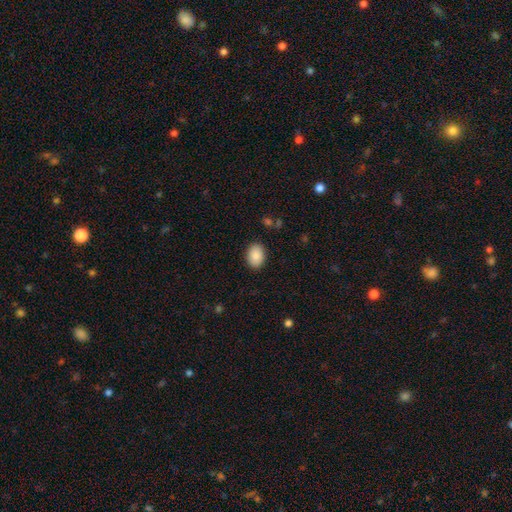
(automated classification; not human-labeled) The model was most divided on "how rounded": in between: 79%, round: 20%, cigar-shaped: 1%. More confident: merging — none (88%); smooth or featured — smooth (88%).